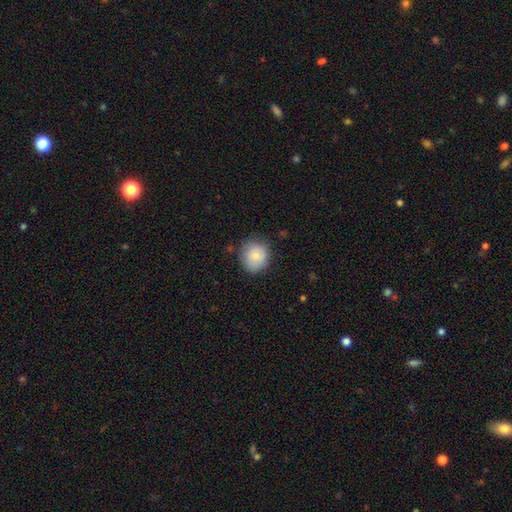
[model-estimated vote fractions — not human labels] This is clearly a smooth galaxy (81%). How rounded: clearly round (85%). Merging: likely none (77%).